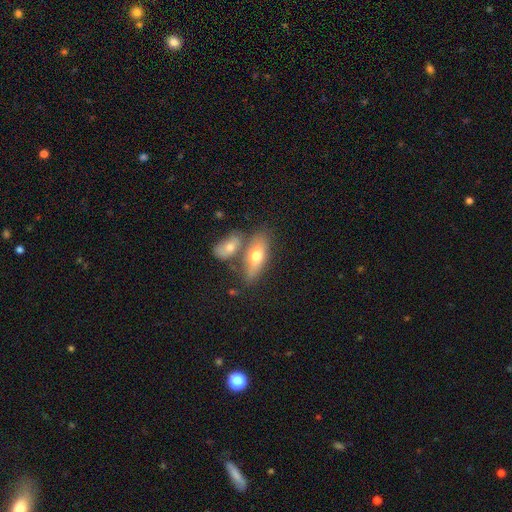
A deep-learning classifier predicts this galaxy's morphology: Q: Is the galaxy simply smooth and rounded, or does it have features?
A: smooth — 63%.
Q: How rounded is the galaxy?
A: in between — 77%.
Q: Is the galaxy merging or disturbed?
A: none — 48%.